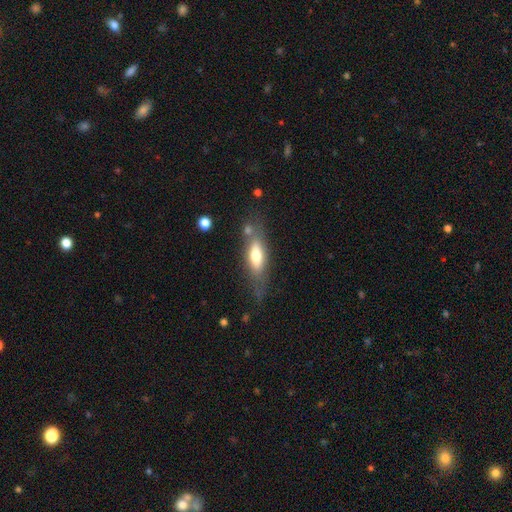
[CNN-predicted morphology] A smooth galaxy with no disk features (59%) that is in between round and cigar-shaped (57%). Merging: none (61%).